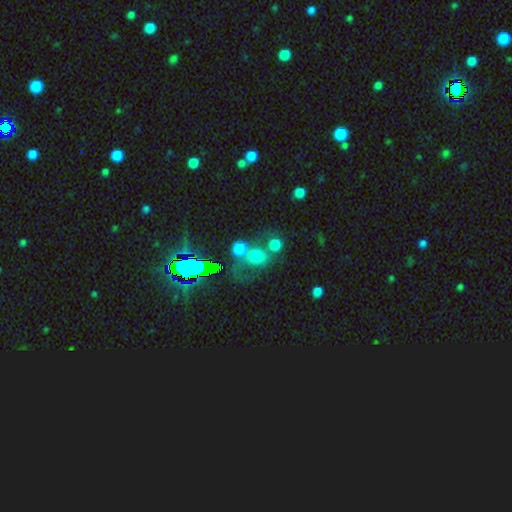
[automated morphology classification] A smooth galaxy with no disk features (62%) that is round (75%).

Vote fractions:
- Smooth or featured? smooth: 62% / star or artifact: 23% / featured or disk: 15%
- How rounded? round: 75% / in between: 24% / cigar-shaped: 1%
- Merging? merger: 38% (tied) / none: 38% (tied) / major disturbance: 12% / minor disturbance: 12%